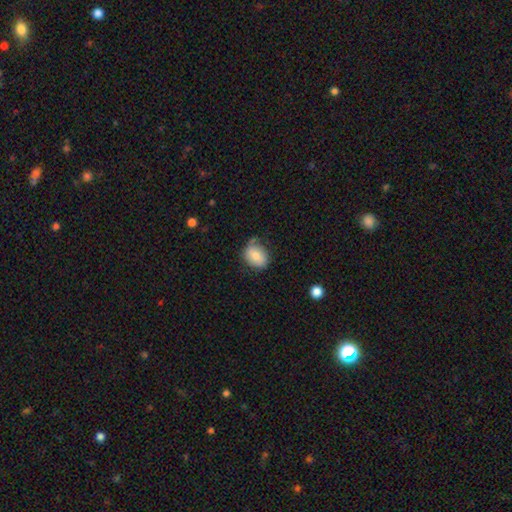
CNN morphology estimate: The model was most divided on "how rounded": in between: 63%, round: 36%, cigar-shaped: 1%. More confident: smooth or featured — smooth (81%); merging — none (65%).